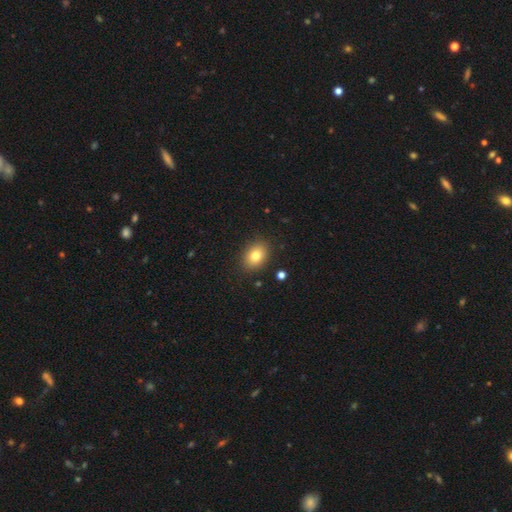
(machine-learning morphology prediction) Q: Smooth or featured?
A: smooth (80%); runner-up: star or artifact (10%)
Q: How rounded?
A: in between (65%); runner-up: round (34%)
Q: Merging?
A: none (88%); runner-up: minor disturbance (8%)